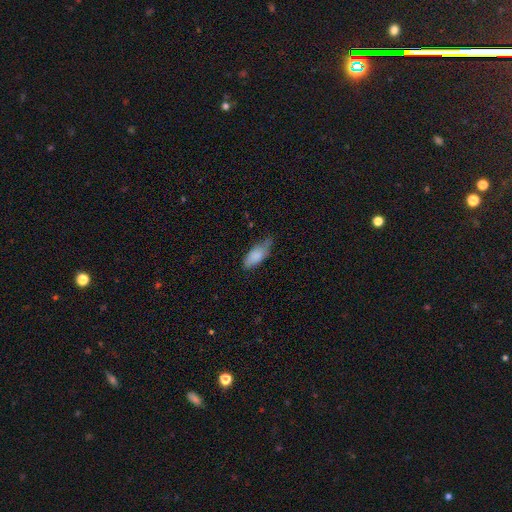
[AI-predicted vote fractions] smooth_or_featured: smooth (p=0.83) [alt: featured or disk p=0.10]
how_rounded: in between (p=0.81) [alt: cigar-shaped p=0.17]
merging: none (p=0.45) [alt: minor disturbance p=0.42]